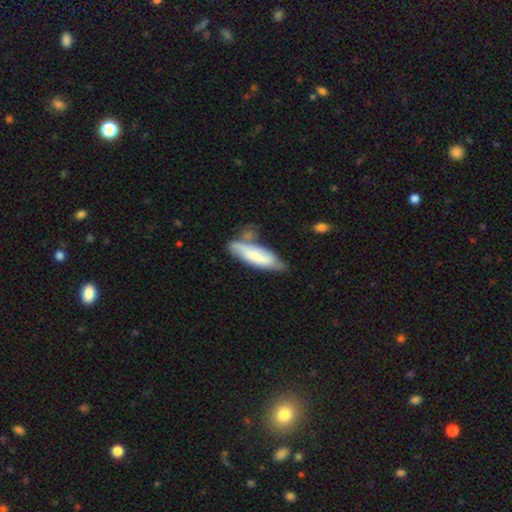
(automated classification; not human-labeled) smooth 62%, featured or disk 32%, star or artifact 6%. Down the decision tree: how rounded — cigar-shaped (55%); merging — none (43%).